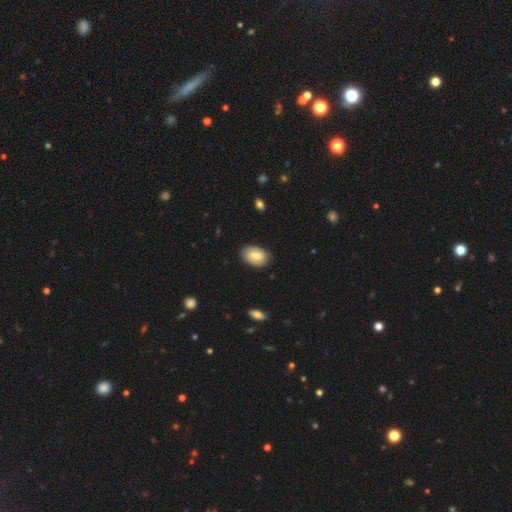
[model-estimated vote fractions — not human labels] Smooth or featured?
  - smooth: 62% *
  - featured or disk: 31%
  - star or artifact: 7%
How rounded?
  - in between: 87% *
  - round: 11%
  - cigar-shaped: 1%
Merging?
  - none: 83% *
  - minor disturbance: 13%
  - major disturbance: 3%
  - merger: 1%